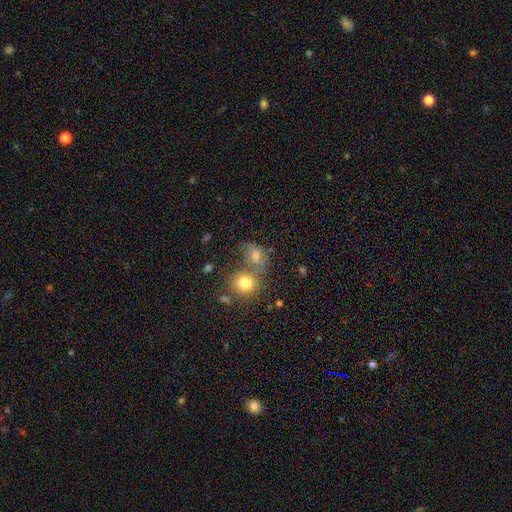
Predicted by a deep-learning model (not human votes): Smooth or featured? Predicted: smooth (p=0.50). How rounded? Predicted: round (p=0.52). Merging? Predicted: none (p=0.44).